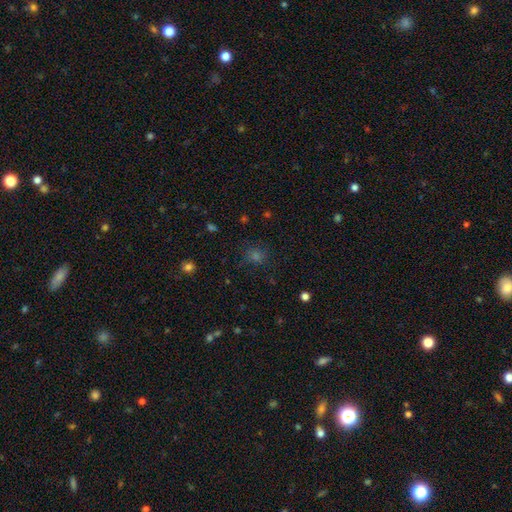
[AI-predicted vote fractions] A smooth galaxy with no disk features (54%) that is round (84%).

Vote fractions:
- Smooth or featured? smooth: 54% / star or artifact: 38% / featured or disk: 8%
- How rounded? round: 84% / in between: 15% / cigar-shaped: 1%
- Merging? none: 85% / minor disturbance: 10% / major disturbance: 4% / merger: 2%